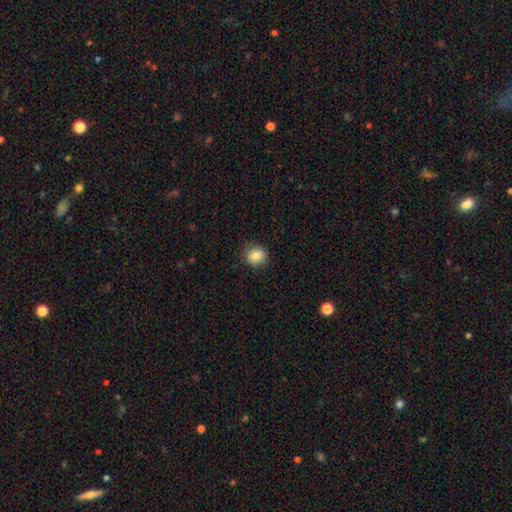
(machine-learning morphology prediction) Q: Smooth or featured?
A: smooth (82%); runner-up: star or artifact (9%)
Q: How rounded?
A: round (79%); runner-up: in between (20%)
Q: Merging?
A: none (85%); runner-up: minor disturbance (11%)